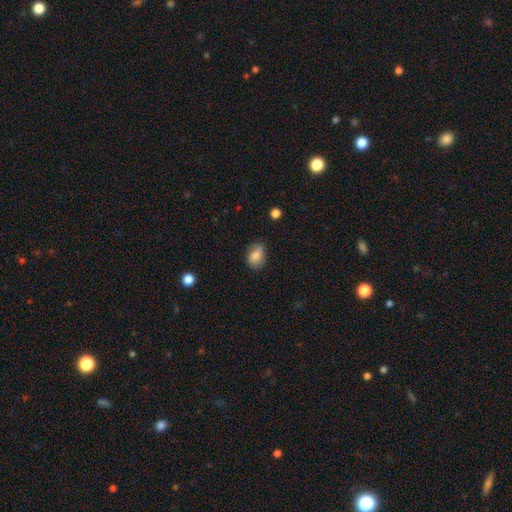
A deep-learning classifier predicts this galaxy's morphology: The model was most divided on "merging": none: 57%, minor disturbance: 33%, major disturbance: 8%, merger: 2%. More confident: smooth or featured — smooth (80%); how rounded — in between (73%).